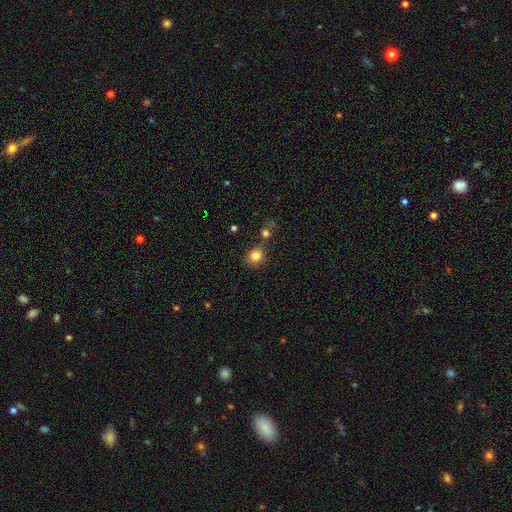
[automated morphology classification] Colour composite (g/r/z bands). It shows a smooth galaxy with no disk features (82%) that is round (79%). Merging: none (72%).